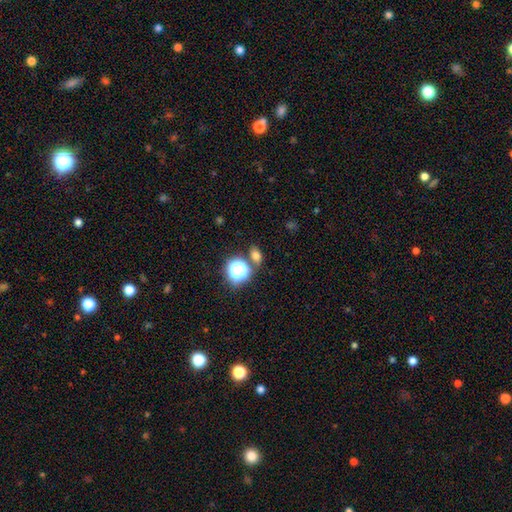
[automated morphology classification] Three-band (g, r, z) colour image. It shows a smooth galaxy with no disk features (70%) that is in between round and cigar-shaped (63%). Merging: none (77%).